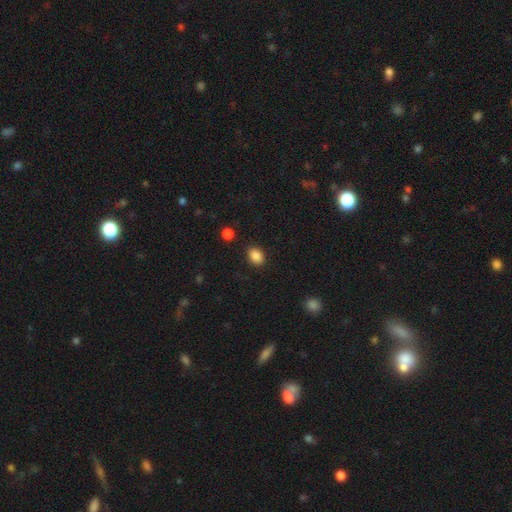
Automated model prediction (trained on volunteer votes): Smooth or featured? Predicted: smooth (p=0.87). How rounded? Predicted: in between (p=0.74). Merging? Predicted: none (p=0.87).